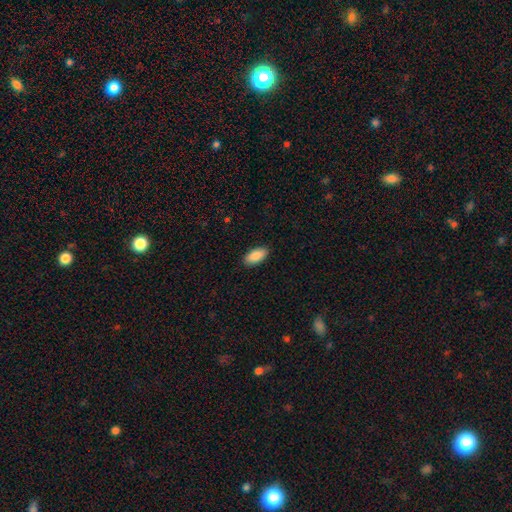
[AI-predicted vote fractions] The model was most divided on "smooth or featured": smooth: 89%, star or artifact: 6%, featured or disk: 5%. More confident: how rounded — in between (92%); merging — none (90%).